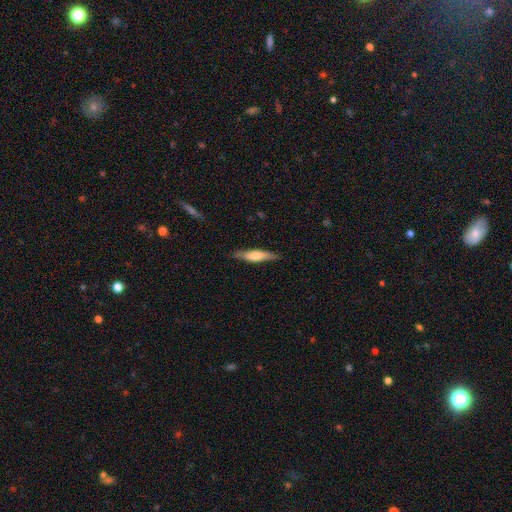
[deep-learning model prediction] smooth-or-featured: smooth: 57% | featured or disk: 37% | star or artifact: 5%
  how-rounded: cigar-shaped: 82% | in between: 17% | round: 1%
  merging: none: 84% | minor disturbance: 12% | major disturbance: 2% | merger: 1%